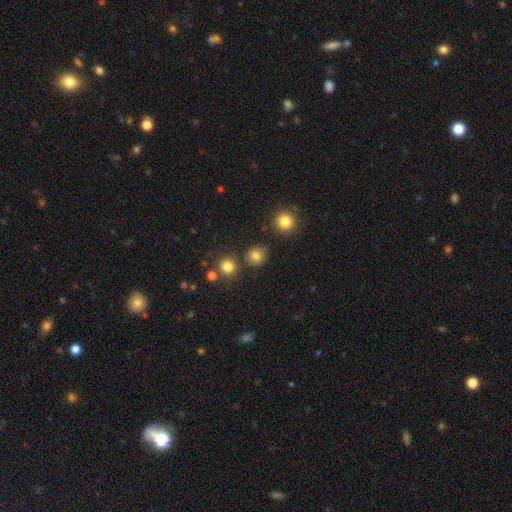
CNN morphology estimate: This is likely a smooth galaxy (80%). How rounded: clearly round (82%). Merging: clearly none (81%).